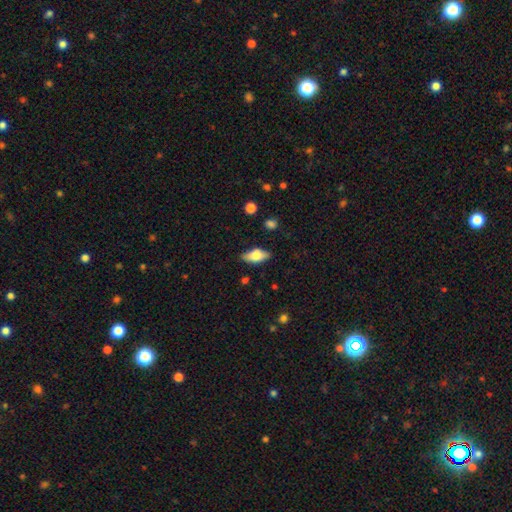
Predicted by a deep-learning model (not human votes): smooth_or_featured: smooth (p=0.61) [alt: featured or disk p=0.31]
how_rounded: in between (p=0.82) [alt: cigar-shaped p=0.14]
merging: none (p=0.80) [alt: minor disturbance p=0.15]